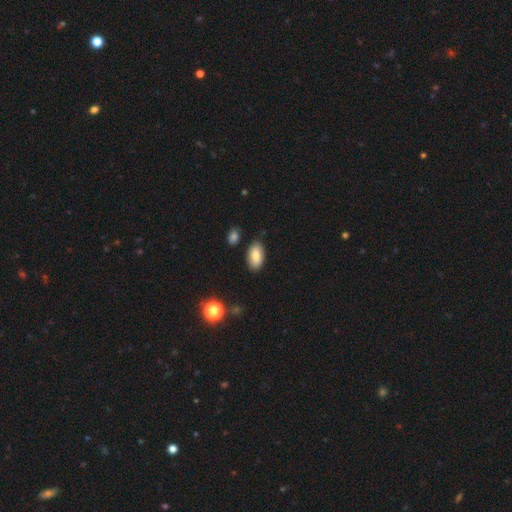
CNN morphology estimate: smooth 82%, featured or disk 10%, star or artifact 8%. Down the decision tree: how rounded — in between (93%); merging — none (83%).